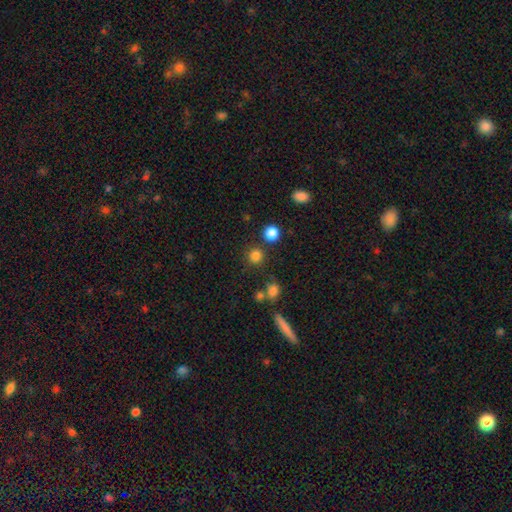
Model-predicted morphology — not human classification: smooth 81%, star or artifact 14%, featured or disk 5%. Down the decision tree: how rounded — round (92%); merging — none (81%).